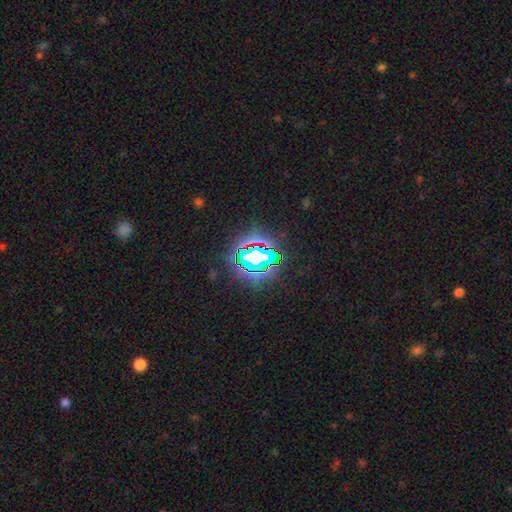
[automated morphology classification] Q: Smooth or featured?
A: star or artifact (73%); runner-up: smooth (15%)